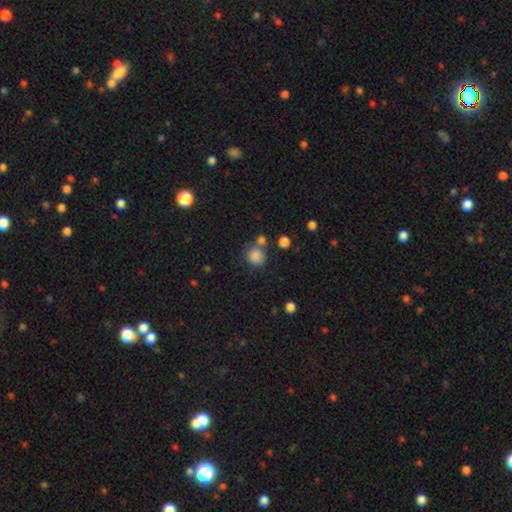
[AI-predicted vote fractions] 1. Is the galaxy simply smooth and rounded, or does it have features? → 85% smooth, 11% star or artifact, 5% featured or disk.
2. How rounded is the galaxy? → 88% round, 12% in between, 1% cigar-shaped.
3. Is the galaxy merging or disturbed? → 65% none, 19% merger, 11% minor disturbance, 5% major disturbance.